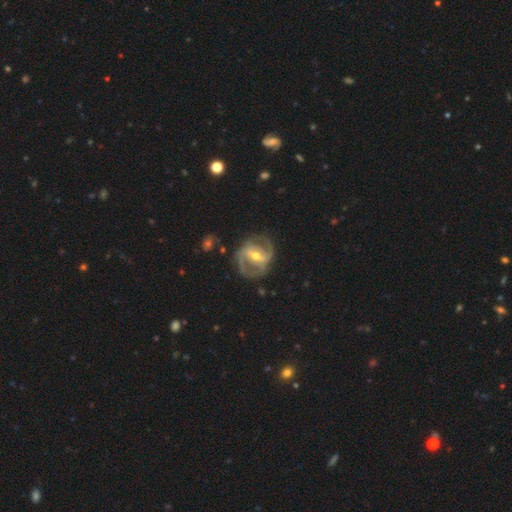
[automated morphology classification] smooth_or_featured: featured or disk (p=0.87) [alt: smooth p=0.08]
disk_edge_on: no (p=0.97) [alt: yes p=0.03]
bar: strong (p=0.51) [alt: weak p=0.36]
has_spiral_arms: yes (p=0.93) [alt: no p=0.07]
spiral_winding: medium (p=0.49) [alt: tight p=0.30]
spiral_arm_count: 2 (p=0.70) [alt: 3 p=0.12]
bulge_size: moderate (p=0.66) [alt: small p=0.28]
merging: none (p=0.70) [alt: minor disturbance p=0.18]